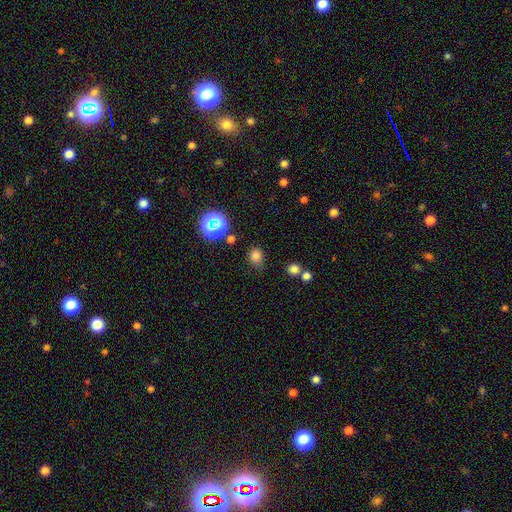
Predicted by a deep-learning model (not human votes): Q: Smooth or featured?
A: smooth (77%); runner-up: star or artifact (18%)
Q: How rounded?
A: round (68%); runner-up: in between (31%)
Q: Merging?
A: none (70%); runner-up: minor disturbance (20%)